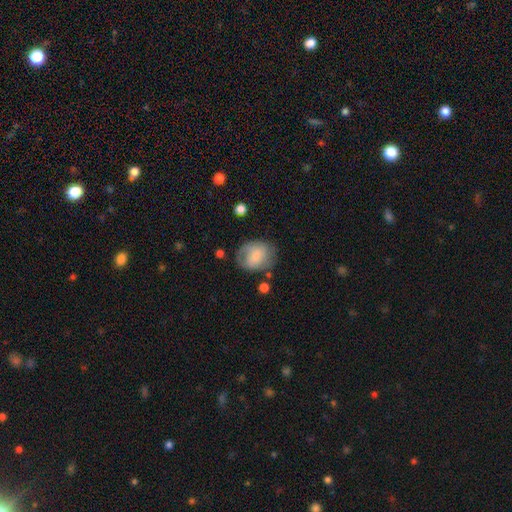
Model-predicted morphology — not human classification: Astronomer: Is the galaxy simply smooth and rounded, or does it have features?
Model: smooth — 62%.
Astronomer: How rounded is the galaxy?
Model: in between — 51% (runner-up: round, 48%).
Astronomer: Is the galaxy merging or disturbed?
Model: none — 60%.